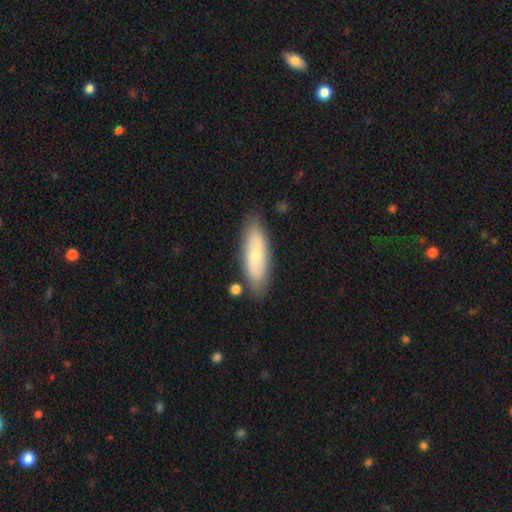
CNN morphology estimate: Smooth or featured? Predicted: smooth (p=0.71). How rounded? Predicted: in between (p=0.55). Merging? Predicted: none (p=0.81).